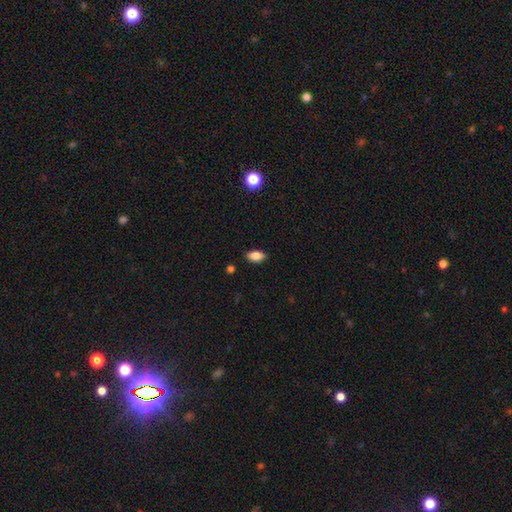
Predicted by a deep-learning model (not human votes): Overall: smooth (86%). How rounded: in between (91%). Merging: none (87%).